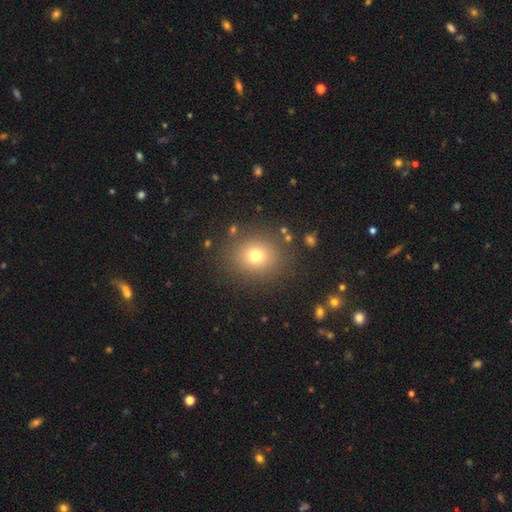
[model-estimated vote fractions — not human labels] smooth_or_featured: smooth (p=0.73) [alt: star or artifact p=0.16]
how_rounded: round (p=0.77) [alt: in between p=0.22]
merging: none (p=0.86) [alt: minor disturbance p=0.08]